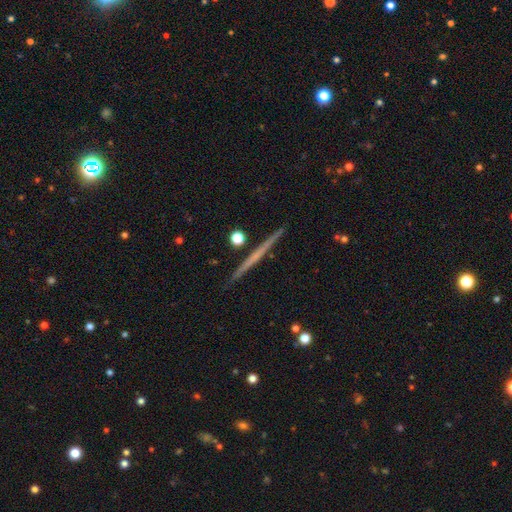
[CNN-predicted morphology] smooth-or-featured: featured or disk: 60% | smooth: 34% | star or artifact: 6%
  disk-edge-on: yes: 98% | no: 2%
    edge-on-bulge: none: 87% | rounded: 9% | boxy: 4%
  merging: none: 92% | minor disturbance: 6% | merger: 1% | major disturbance: 1%